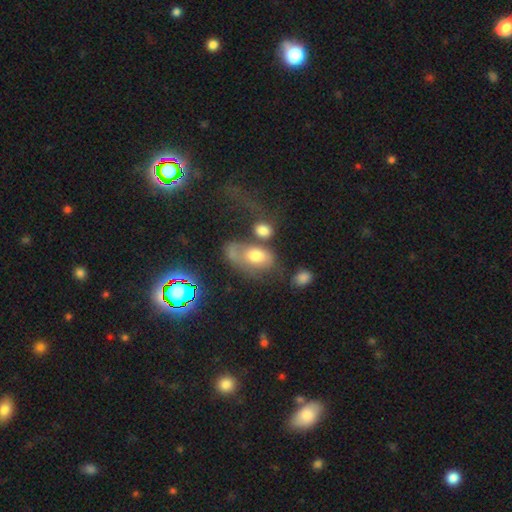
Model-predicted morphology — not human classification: This appears to be a smooth galaxy with no disk features (59%) that is in between round and cigar-shaped (86%). Merging: merger (33%).